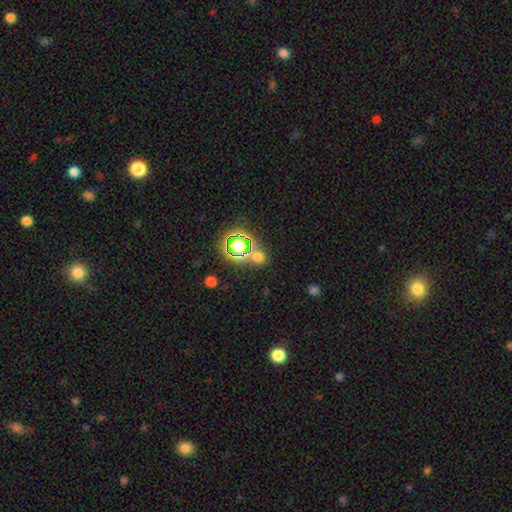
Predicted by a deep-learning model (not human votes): A star or artifact, not a galaxy (57%).